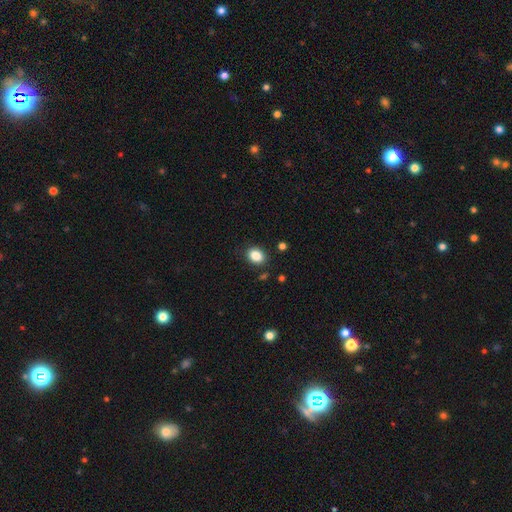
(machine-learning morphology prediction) smooth_or_featured: smooth (p=0.86) [alt: star or artifact p=0.09]
how_rounded: in between (p=0.63) [alt: round p=0.36]
merging: none (p=0.86) [alt: minor disturbance p=0.10]